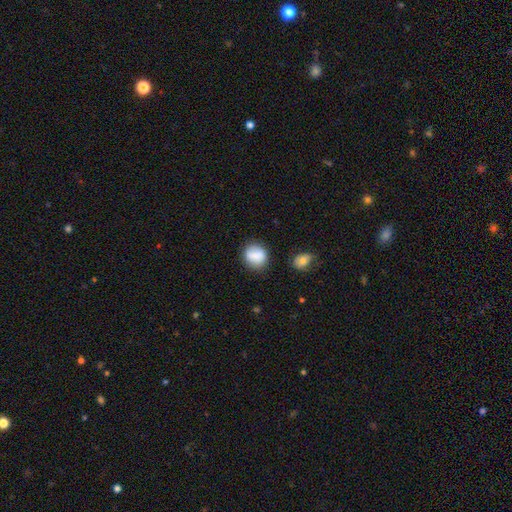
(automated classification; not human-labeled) A smooth galaxy with no disk features (83%) that is round (71%).

Vote fractions:
- Smooth or featured? smooth: 83% / featured or disk: 9% / star or artifact: 8%
- How rounded? round: 71% / in between: 28% / cigar-shaped: 1%
- Merging? none: 76% / minor disturbance: 15% / merger: 5% / major disturbance: 4%